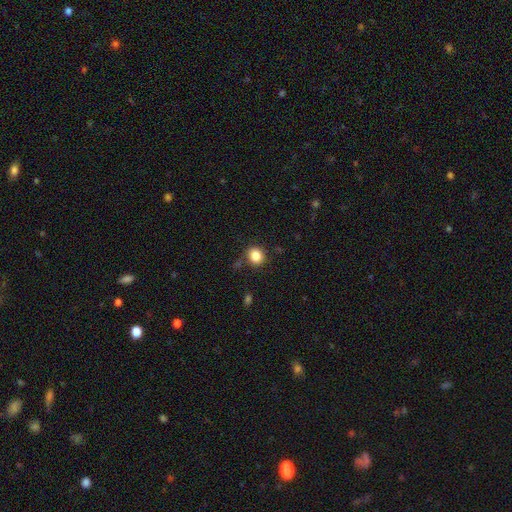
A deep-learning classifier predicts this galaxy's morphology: Smooth or featured: smooth — 85% (star or artifact — 10%)
How rounded: round — 81% (in between — 18%)
Merging: none — 83% (minor disturbance — 11%)